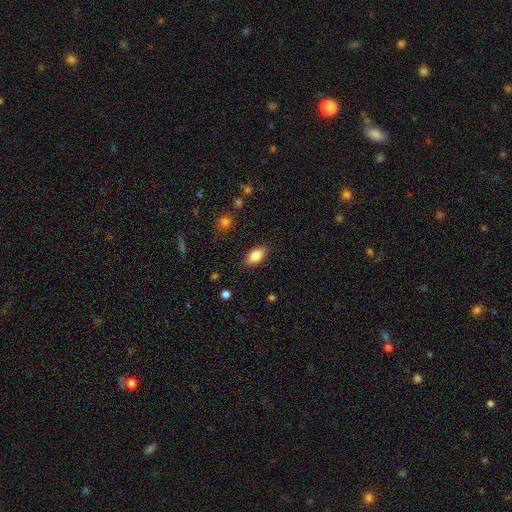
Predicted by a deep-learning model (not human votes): A smooth galaxy with no disk features (81%) that is in between round and cigar-shaped (89%).

Vote fractions:
- Smooth or featured? smooth: 81% / featured or disk: 11% / star or artifact: 7%
- How rounded? in between: 89% / cigar-shaped: 7% / round: 4%
- Merging? none: 86% / minor disturbance: 10% / major disturbance: 3% / merger: 1%